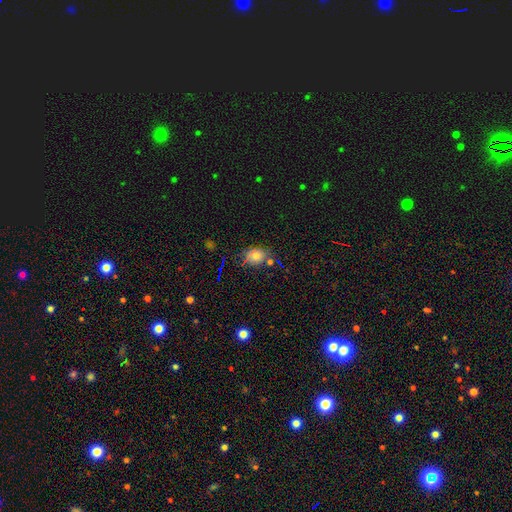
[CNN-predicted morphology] type=smooth (73%); roundness=in between (52%); merging=none (68%).